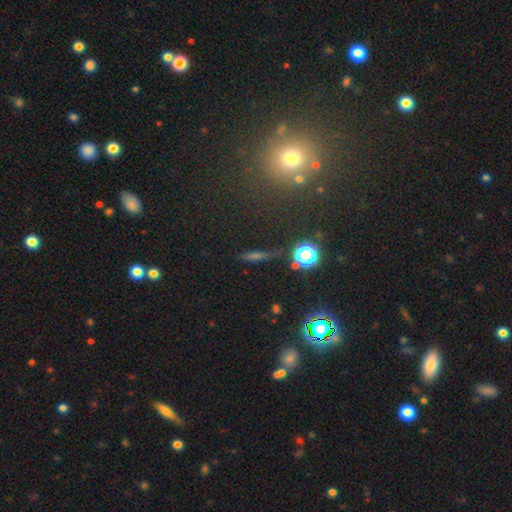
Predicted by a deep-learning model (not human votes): smooth-or-featured: smooth: 39% | featured or disk: 36% | star or artifact: 26%
  merging: none: 84% | minor disturbance: 10% | major disturbance: 3% | merger: 3%